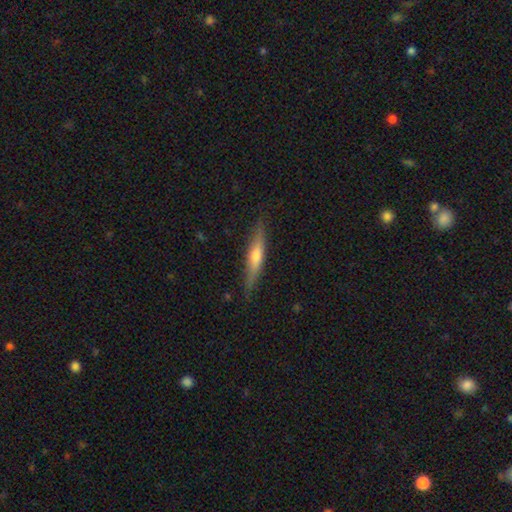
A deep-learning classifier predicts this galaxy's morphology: smooth_or_featured: featured or disk (p=0.55) [alt: smooth p=0.39]
disk_edge_on: yes (p=0.94) [alt: no p=0.06]
edge_on_bulge: rounded (p=0.79) [alt: none p=0.13]
merging: none (p=0.85) [alt: minor disturbance p=0.11]